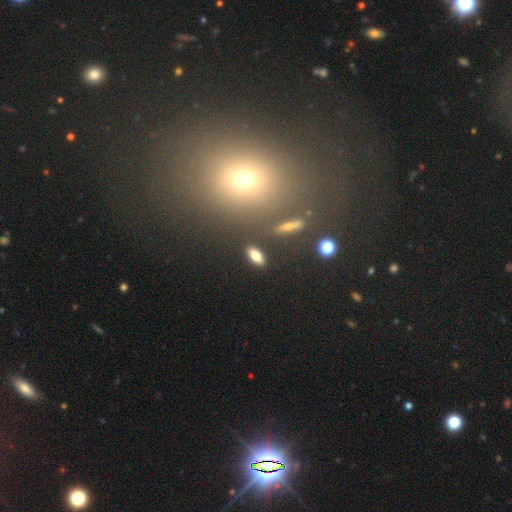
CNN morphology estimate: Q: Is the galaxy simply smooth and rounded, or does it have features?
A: smooth — 77%.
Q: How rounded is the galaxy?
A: in between — 80%.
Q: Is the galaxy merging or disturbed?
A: none — 86%.